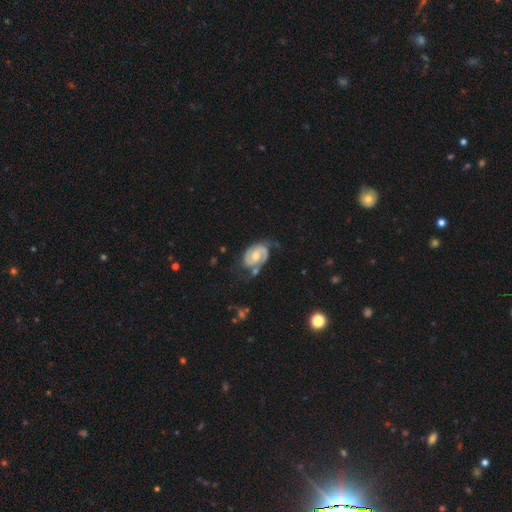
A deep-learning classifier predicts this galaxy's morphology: Smooth or featured: featured or disk — 86% (smooth — 9%)
Edge-on disk: no — 98% (yes — 2%)
Bar: no — 47% (weak — 43%)
Spiral arms: yes — 96% (no — 4%)
Spiral winding: tight — 47% (medium — 43%)
Spiral arm count: 2 — 89% (can't tell — 5%)
Bulge size: moderate — 65% (small — 26%)
Merging: none — 63% (minor disturbance — 23%)